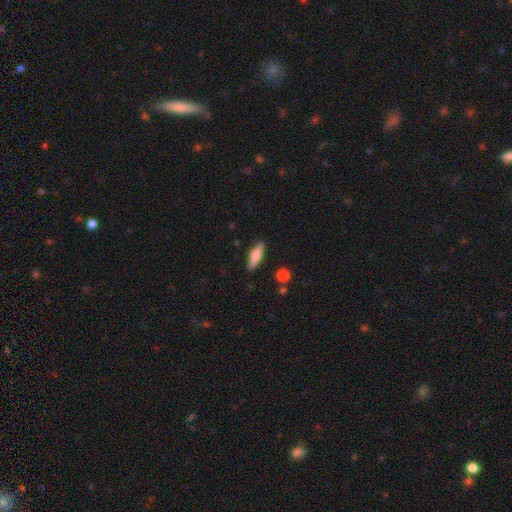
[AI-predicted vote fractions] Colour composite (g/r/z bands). It shows a smooth galaxy with no disk features (70%) that is cigar-shaped (58%). Merging: none (87%).